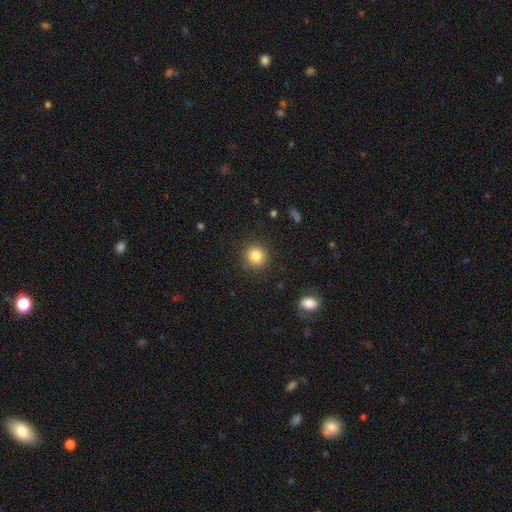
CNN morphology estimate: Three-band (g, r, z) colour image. It shows a smooth galaxy with no disk features (83%) that is round (93%). Merging: none (90%).